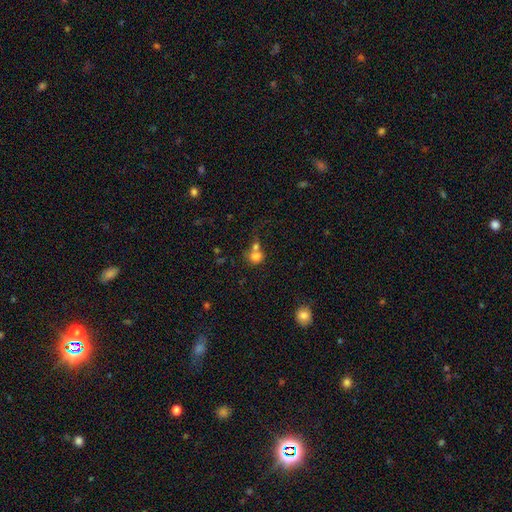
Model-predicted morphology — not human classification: Overall: smooth (77%). How rounded: round (70%). Merging: merger (52%; none 33%).